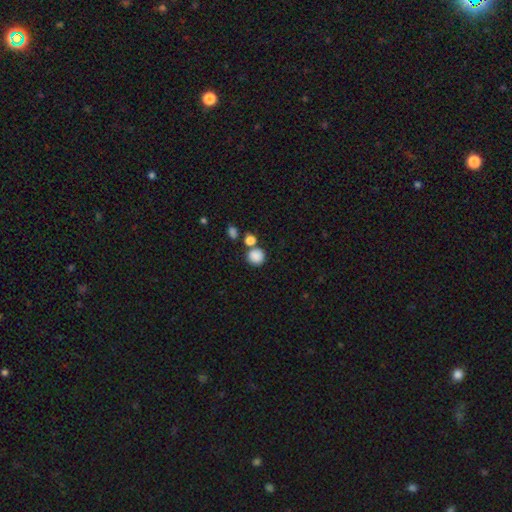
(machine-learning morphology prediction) This is clearly a smooth galaxy (86%). How rounded: clearly round (88%). Merging: likely none (70%).